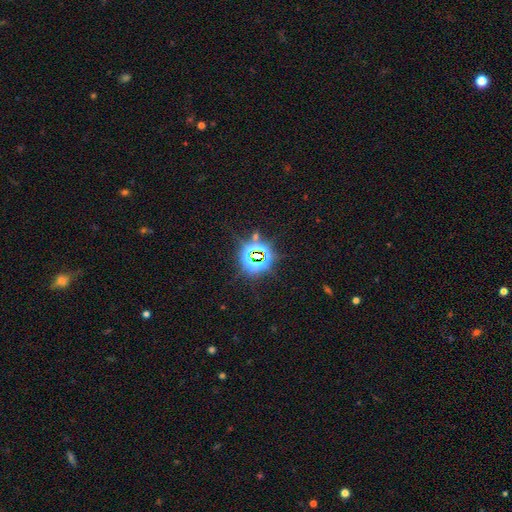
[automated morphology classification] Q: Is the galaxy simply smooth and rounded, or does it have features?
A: star or artifact — 80%.